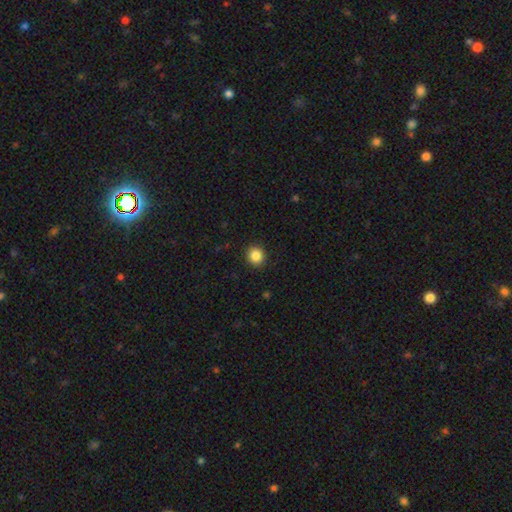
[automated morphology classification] smooth_or_featured: smooth (p=0.86) [alt: star or artifact p=0.10]
how_rounded: round (p=0.86) [alt: in between p=0.13]
merging: none (p=0.91) [alt: minor disturbance p=0.06]